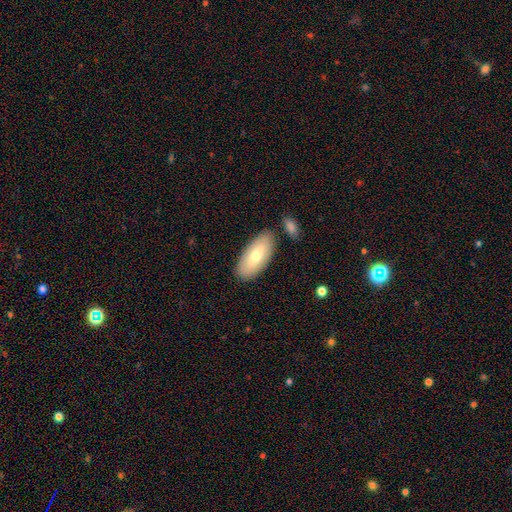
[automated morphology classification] Smooth or featured? Predicted: smooth (p=0.70). How rounded? Predicted: in between (p=0.89). Merging? Predicted: none (p=0.82).